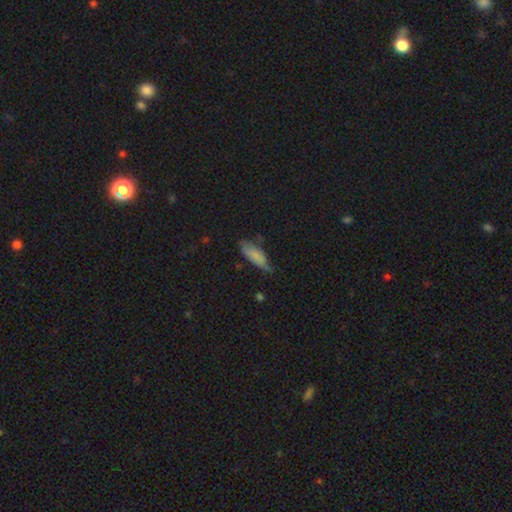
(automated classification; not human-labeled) Smooth or featured? Predicted: smooth (p=0.76). How rounded? Predicted: in between (p=0.66). Merging? Predicted: none (p=0.48).